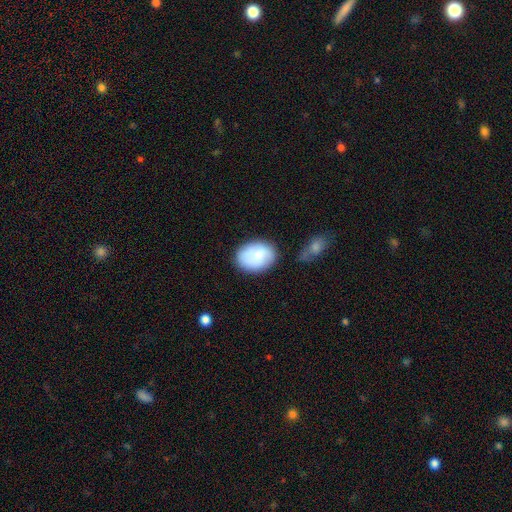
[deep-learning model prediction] A smooth galaxy with no disk features (82%) that is in between round and cigar-shaped (74%). Merging: none (73%).